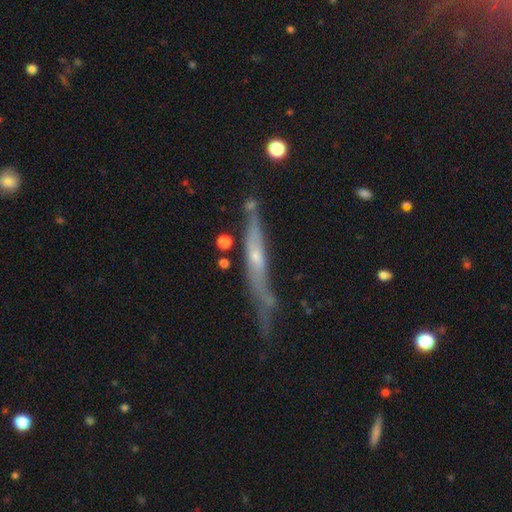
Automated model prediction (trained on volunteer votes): The model was most divided on "edge-on bulge": rounded: 49%, none: 46%, boxy: 5%. More confident: edge-on disk — yes (84%); smooth or featured — featured or disk (67%); merging — none (58%).